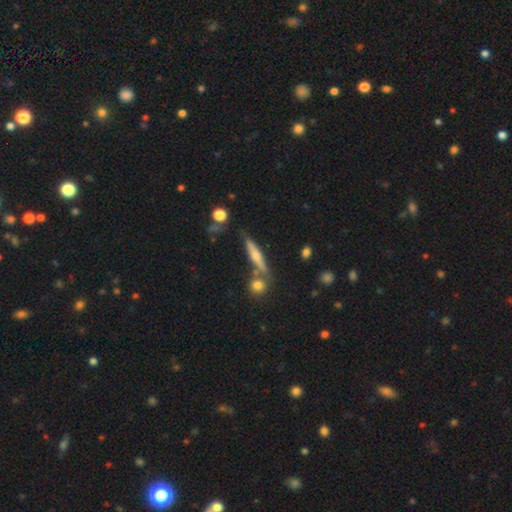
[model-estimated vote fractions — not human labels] Smooth or featured: featured or disk — 59% (smooth — 33%)
Edge-on disk: yes — 94% (no — 6%)
Edge-on bulge: rounded — 78% (none — 15%)
Merging: none — 74% (minor disturbance — 12%)